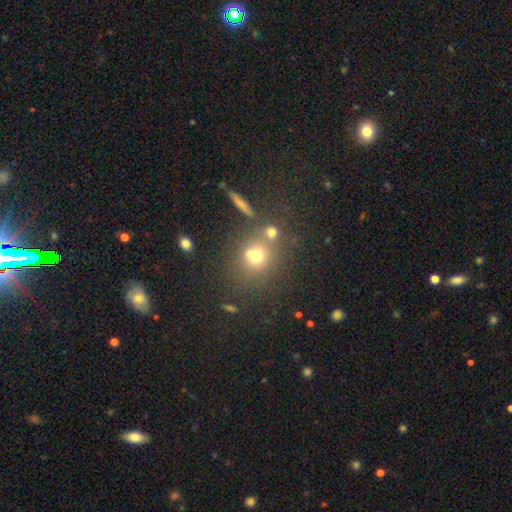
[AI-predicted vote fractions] A smooth galaxy with no disk features (64%) that is round (72%). Merging: none (47%).